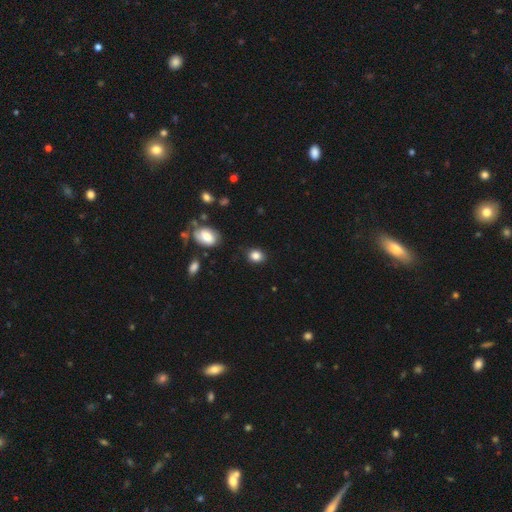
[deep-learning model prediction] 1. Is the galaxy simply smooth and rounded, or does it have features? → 85% smooth, 10% star or artifact, 5% featured or disk.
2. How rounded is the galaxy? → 56% round, 43% in between, 1% cigar-shaped.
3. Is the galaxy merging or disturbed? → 83% none, 12% minor disturbance, 3% major disturbance, 2% merger.